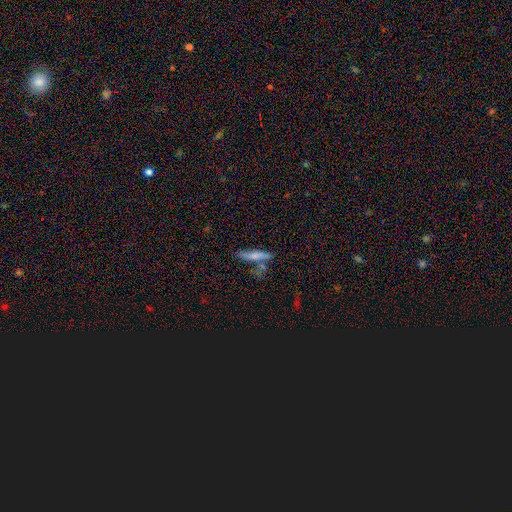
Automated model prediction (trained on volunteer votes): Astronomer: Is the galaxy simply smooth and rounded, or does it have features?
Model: smooth — 68%.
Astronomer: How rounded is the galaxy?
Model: cigar-shaped — 86%.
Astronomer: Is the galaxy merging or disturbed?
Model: none — 67%.